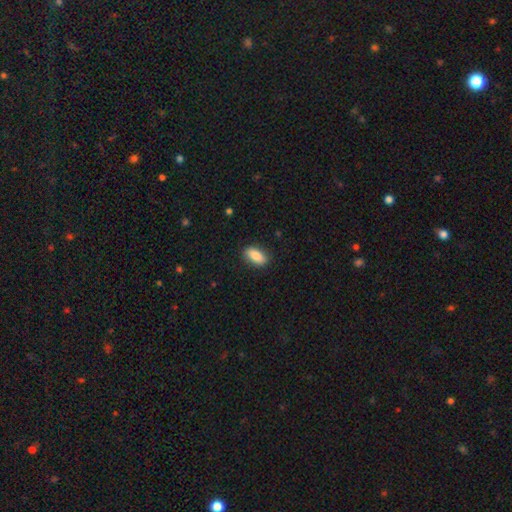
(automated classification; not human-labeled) The model was most divided on "merging": none: 86%, minor disturbance: 11%, major disturbance: 2%, merger: 1%. More confident: how rounded — in between (87%); smooth or featured — smooth (85%).